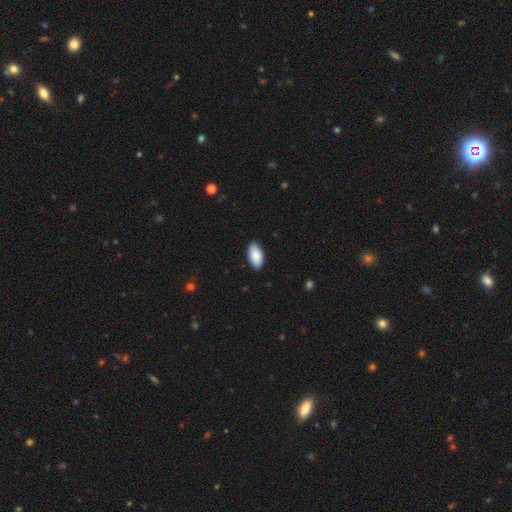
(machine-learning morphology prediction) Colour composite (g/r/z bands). It shows a smooth galaxy with no disk features (88%) that is in between round and cigar-shaped (94%). Merging: none (89%).